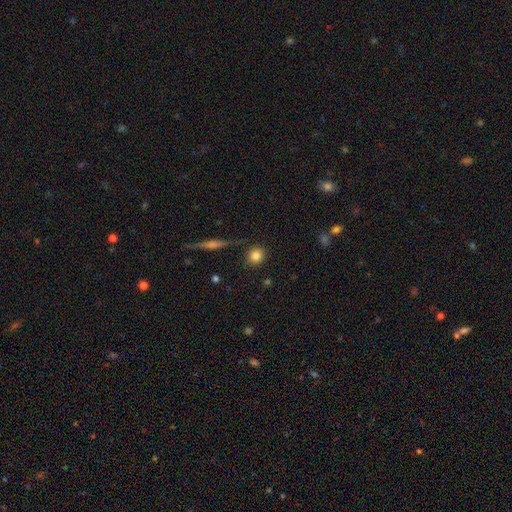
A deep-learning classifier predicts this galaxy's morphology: This appears to be a smooth galaxy with no disk features (82%) that is round (88%). Merging: none (86%).